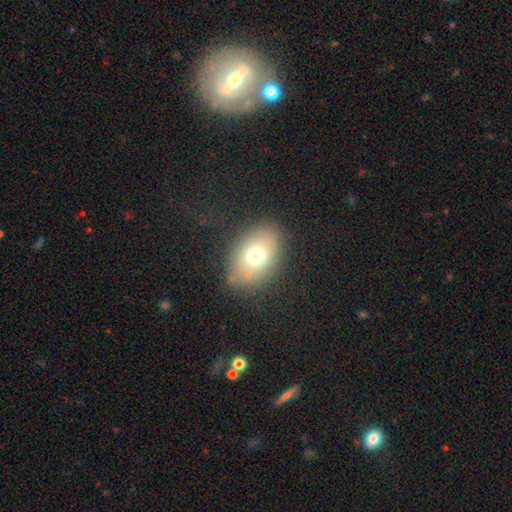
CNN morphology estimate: This appears to be a smooth galaxy with no disk features (71%) that is in between round and cigar-shaped (77%). Merging: none (81%).